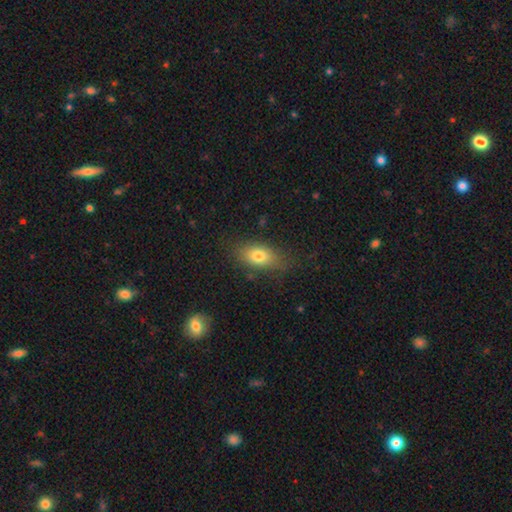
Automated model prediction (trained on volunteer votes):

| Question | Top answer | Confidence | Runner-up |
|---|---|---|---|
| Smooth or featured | smooth | 62% | star or artifact (24%) |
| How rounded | in between | 81% | round (13%) |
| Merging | none | 82% | minor disturbance (12%) |